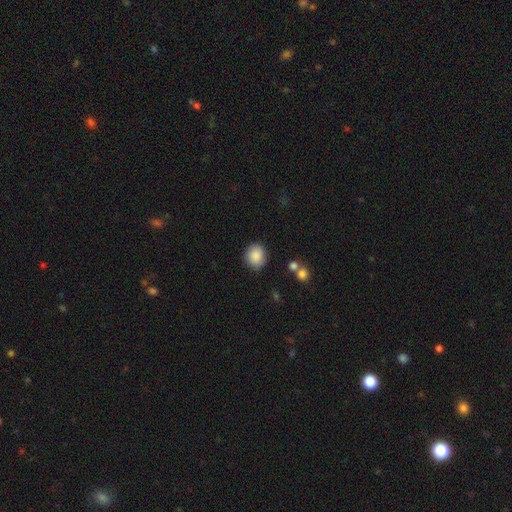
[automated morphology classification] Smooth or featured? smooth (88%)
How rounded? round (78%)
Merging? none (84%)